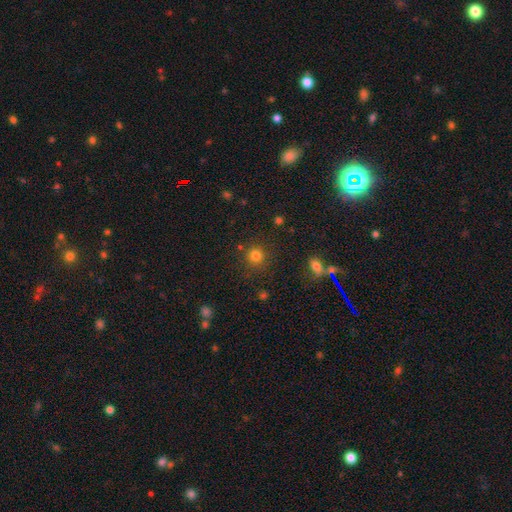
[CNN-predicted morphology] smooth_or_featured: smooth (p=0.79) [alt: star or artifact p=0.15]
how_rounded: round (p=0.93) [alt: in between p=0.06]
merging: none (p=0.86) [alt: minor disturbance p=0.07]